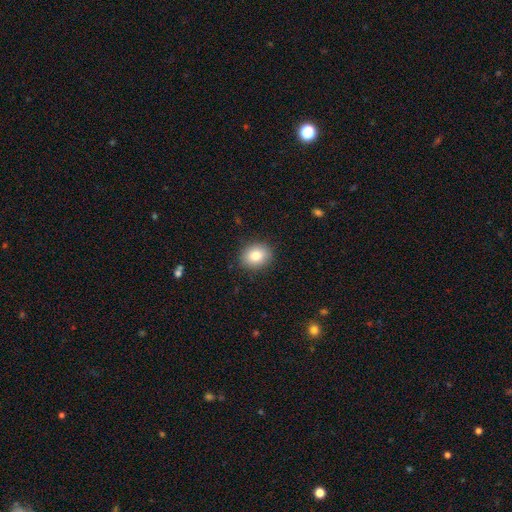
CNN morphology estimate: smooth_or_featured: smooth (p=0.82) [alt: star or artifact p=0.09]
how_rounded: round (p=0.57) [alt: in between p=0.42]
merging: none (p=0.88) [alt: minor disturbance p=0.09]